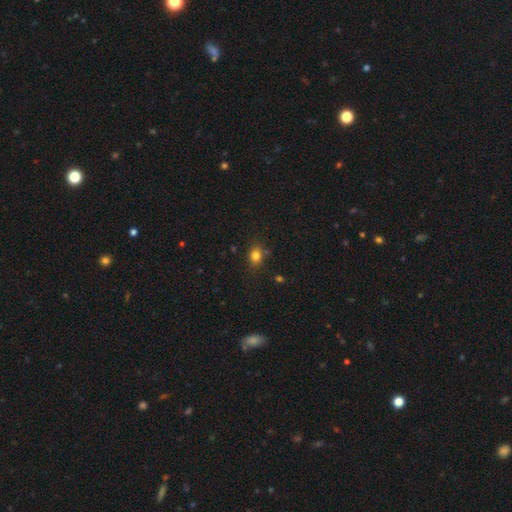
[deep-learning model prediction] Smooth or featured? smooth (81%)
How rounded? in between (54%)
Merging? none (79%)